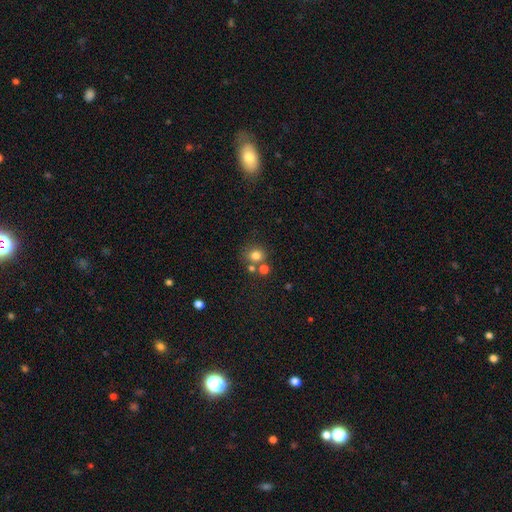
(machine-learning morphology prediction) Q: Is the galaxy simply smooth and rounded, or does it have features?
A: smooth — 77%.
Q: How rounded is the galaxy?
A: round — 75%.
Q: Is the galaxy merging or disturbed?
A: none — 60%.